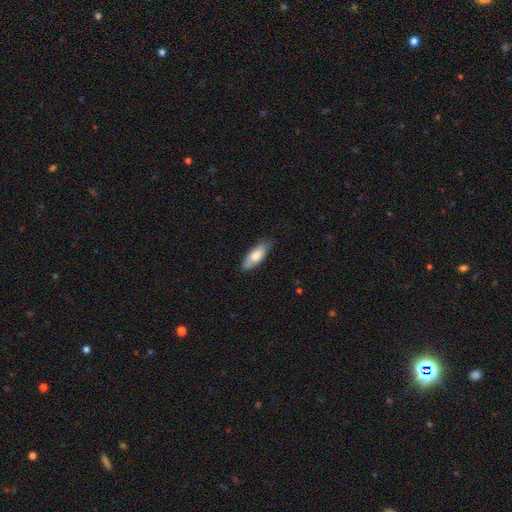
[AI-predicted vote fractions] A smooth galaxy with no disk features (74%) that is in between round and cigar-shaped (75%).

Vote fractions:
- Smooth or featured? smooth: 74% / featured or disk: 21% / star or artifact: 6%
- How rounded? in between: 75% / cigar-shaped: 23% / round: 2%
- Merging? none: 81% / minor disturbance: 15% / major disturbance: 2% / merger: 1%